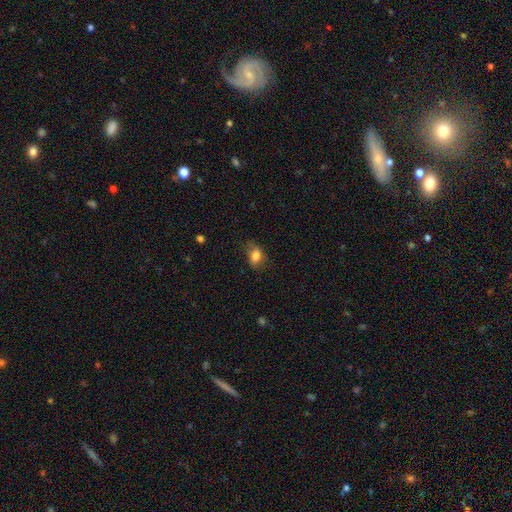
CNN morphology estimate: smooth-or-featured: smooth: 79% | featured or disk: 12% | star or artifact: 9%
  how-rounded: in between: 78% | round: 20% | cigar-shaped: 2%
  merging: none: 63% | minor disturbance: 26% | major disturbance: 10% | merger: 1%